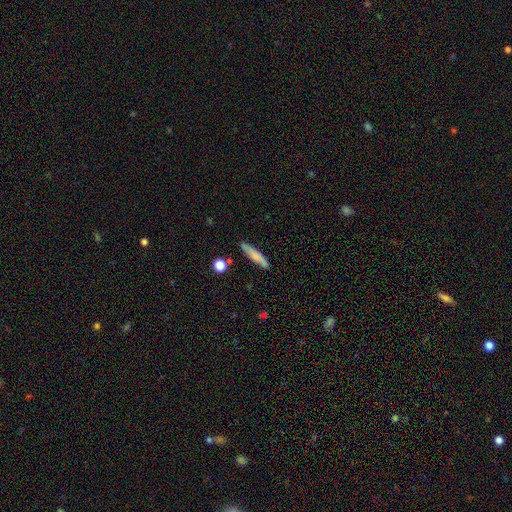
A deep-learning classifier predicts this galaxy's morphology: smooth-or-featured: smooth: 73% | featured or disk: 20% | star or artifact: 7%
  how-rounded: cigar-shaped: 88% | in between: 10% | round: 2%
  merging: none: 83% | minor disturbance: 11% | merger: 3% | major disturbance: 2%